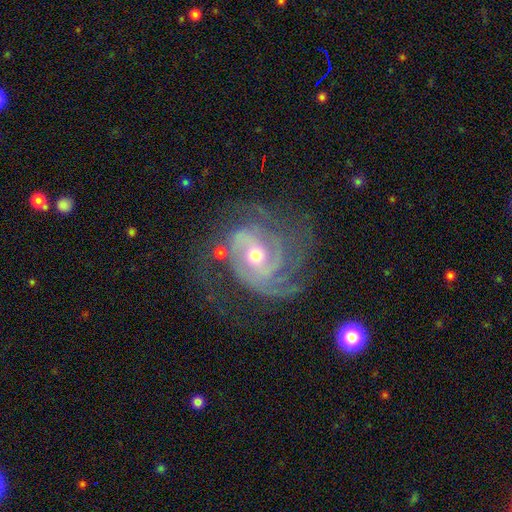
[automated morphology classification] This is clearly a featured or disk galaxy (88%). It is clearly not viewed edge-on (97%). Bar: possibly no (58%). Spiral arm pattern: clearly yes (96%). Spiral arm count: marginally 2 (28%). Spiral winding: possibly tight (52%). Central bulge: likely moderate (62%). Merging: possibly none (55%).